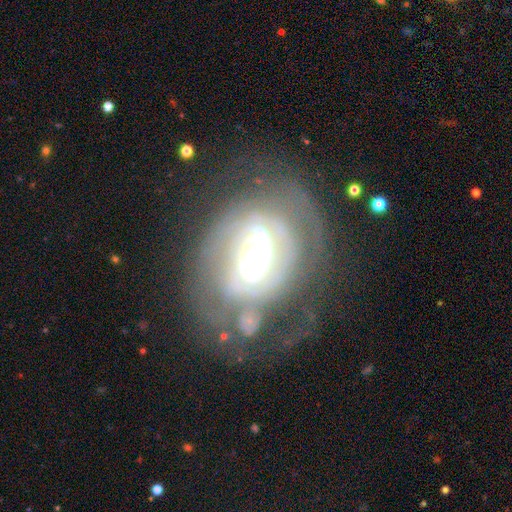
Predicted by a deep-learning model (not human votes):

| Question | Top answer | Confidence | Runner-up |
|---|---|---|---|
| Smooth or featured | featured or disk | 81% | smooth (12%) |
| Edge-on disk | no | 96% | yes (4%) |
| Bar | weak | 37% | no (33%) |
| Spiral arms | yes | 77% | no (23%) |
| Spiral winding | tight | 59% | medium (28%) |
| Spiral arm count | can't tell | 42% | 2 (33%) |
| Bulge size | moderate | 50% | large (29%) |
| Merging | none | 40% | major disturbance (31%) |